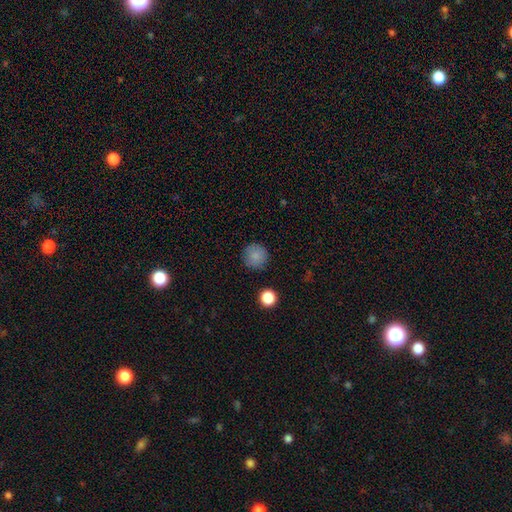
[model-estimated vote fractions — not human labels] Smooth or featured? Predicted: smooth (p=0.84). How rounded? Predicted: round (p=0.95). Merging? Predicted: none (p=0.87).